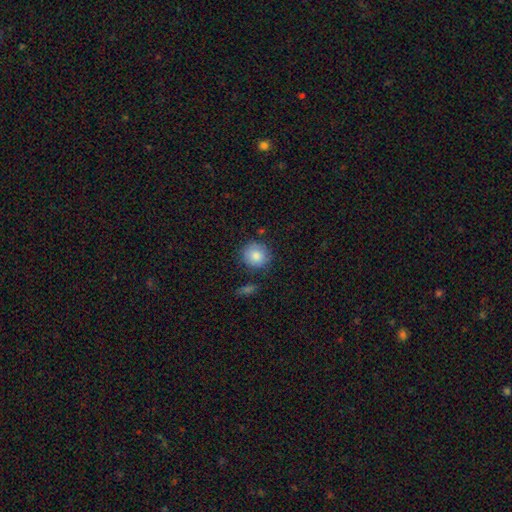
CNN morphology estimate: A smooth galaxy with no disk features (85%) that is round (90%).

Vote fractions:
- Smooth or featured? smooth: 85% / star or artifact: 8% / featured or disk: 7%
- How rounded? round: 90% / in between: 9% / cigar-shaped: 1%
- Merging? none: 80% / minor disturbance: 13% / merger: 4% / major disturbance: 3%